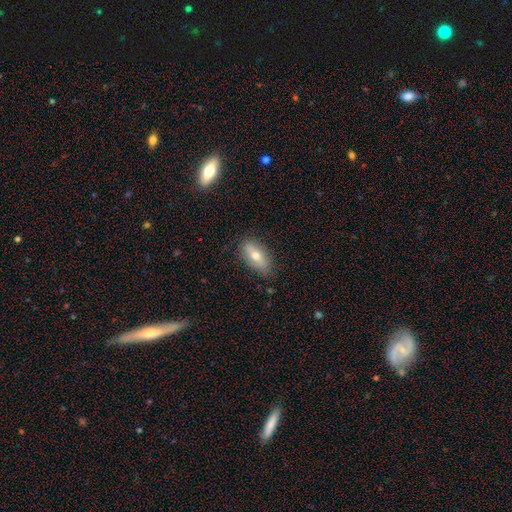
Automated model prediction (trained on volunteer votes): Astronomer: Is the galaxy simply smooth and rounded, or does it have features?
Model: smooth — 65%.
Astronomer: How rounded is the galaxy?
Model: in between — 85%.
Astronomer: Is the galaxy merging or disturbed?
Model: none — 81%.